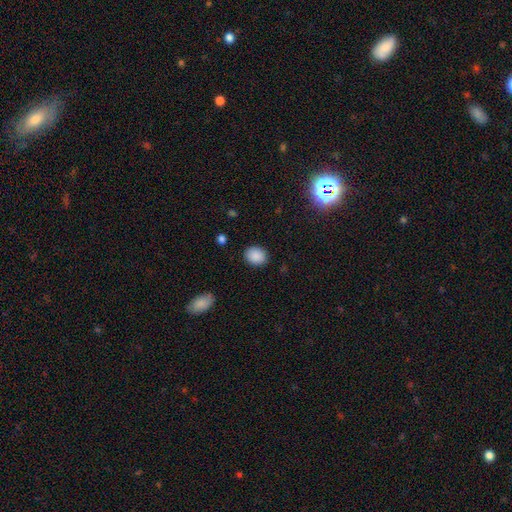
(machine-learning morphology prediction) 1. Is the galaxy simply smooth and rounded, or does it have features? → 88% smooth, 9% star or artifact, 3% featured or disk.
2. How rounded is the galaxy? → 59% round, 40% in between, 1% cigar-shaped.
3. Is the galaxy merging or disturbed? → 88% none, 8% minor disturbance, 3% major disturbance, 1% merger.